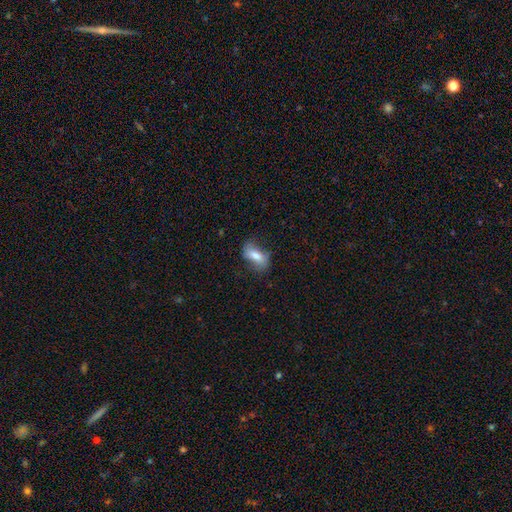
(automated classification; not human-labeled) smooth-or-featured: smooth: 67% | featured or disk: 25% | star or artifact: 8%
  how-rounded: in between: 86% | cigar-shaped: 7% | round: 7%
  merging: none: 64% | minor disturbance: 25% | major disturbance: 9% | merger: 2%